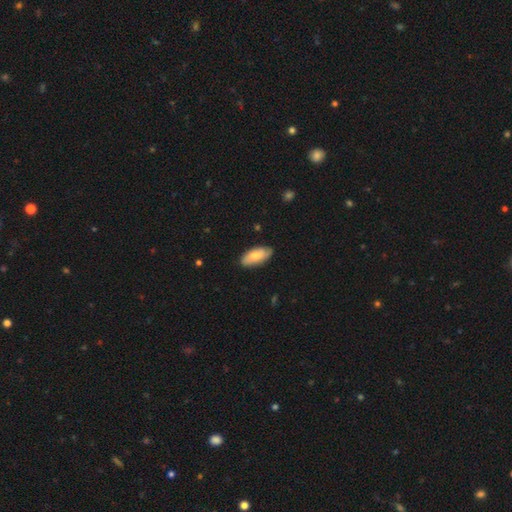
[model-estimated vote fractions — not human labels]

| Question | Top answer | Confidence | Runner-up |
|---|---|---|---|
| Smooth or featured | smooth | 69% | featured or disk (25%) |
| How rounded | in between | 89% | cigar-shaped (9%) |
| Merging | none | 81% | minor disturbance (15%) |